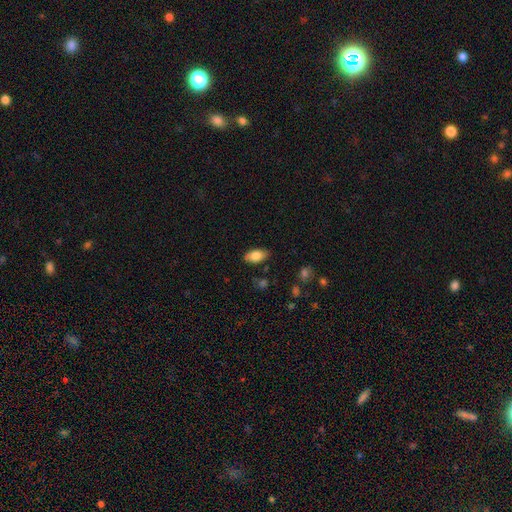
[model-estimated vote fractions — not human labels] smooth_or_featured: smooth (p=0.84) [alt: featured or disk p=0.09]
how_rounded: in between (p=0.92) [alt: cigar-shaped p=0.04]
merging: none (p=0.83) [alt: minor disturbance p=0.13]